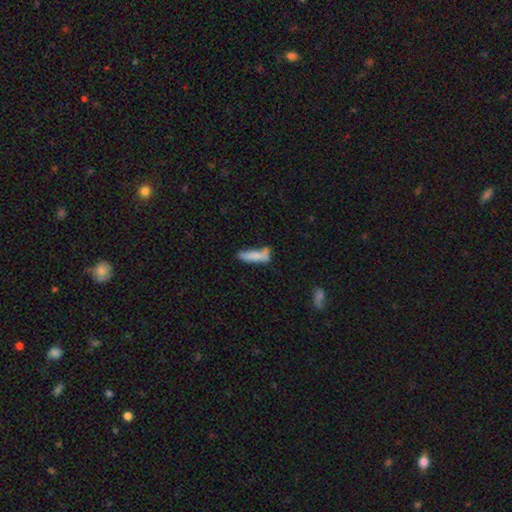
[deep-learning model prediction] Smooth or featured? Predicted: smooth (p=0.76). How rounded? Predicted: cigar-shaped (p=0.70). Merging? Predicted: none (p=0.47).